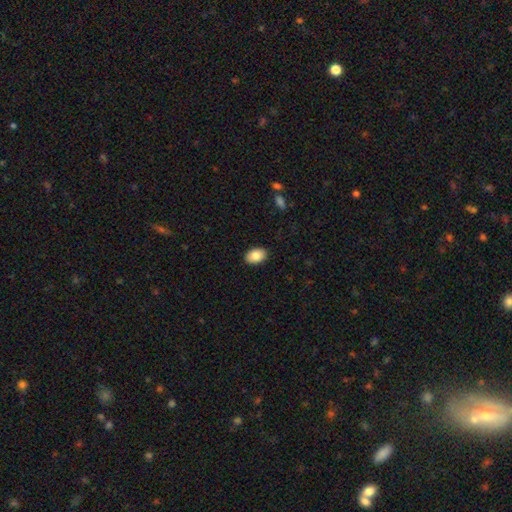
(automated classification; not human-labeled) Smooth or featured: smooth — 86% (star or artifact — 7%)
How rounded: in between — 88% (round — 11%)
Merging: none — 90% (minor disturbance — 8%)